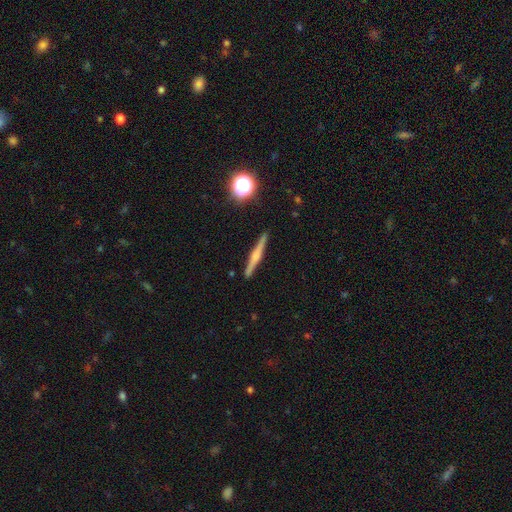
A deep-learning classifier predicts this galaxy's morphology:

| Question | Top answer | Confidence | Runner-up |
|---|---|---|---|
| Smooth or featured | featured or disk | 64% | smooth (28%) |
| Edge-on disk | yes | 98% | no (2%) |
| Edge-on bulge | rounded | 69% | boxy (16%) |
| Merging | none | 91% | minor disturbance (7%) |